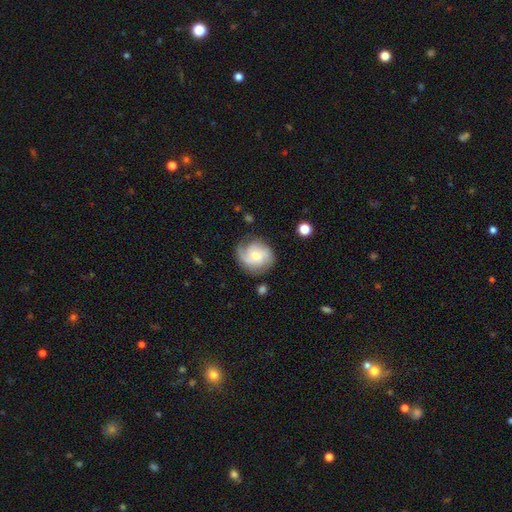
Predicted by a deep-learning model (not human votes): A featured or disk galaxy (69%) with no bar (60%), 2 (37%) medium (42%) spiral arms (93%) and a small central bulge (47%). Merging: none (71%).